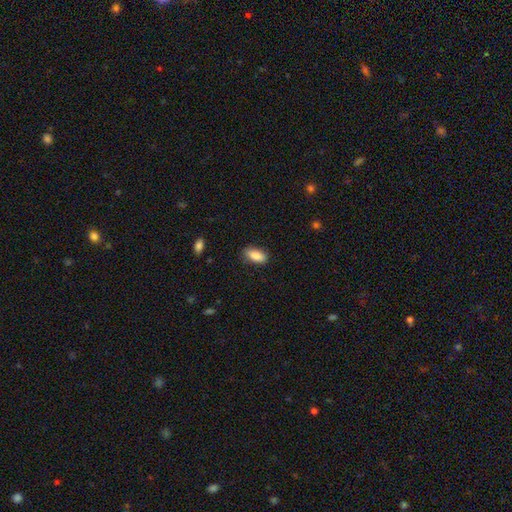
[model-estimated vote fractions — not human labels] smooth_or_featured: smooth (p=0.86) [alt: star or artifact p=0.07]
how_rounded: in between (p=0.85) [alt: cigar-shaped p=0.12]
merging: none (p=0.85) [alt: minor disturbance p=0.11]